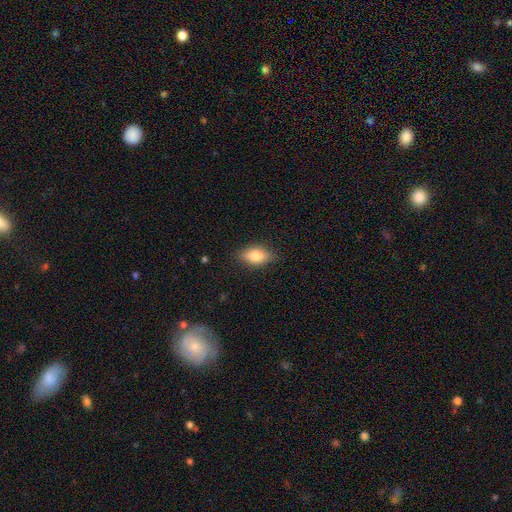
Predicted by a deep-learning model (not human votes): This is likely a smooth galaxy (75%). How rounded: clearly in between (85%). Merging: clearly none (84%).